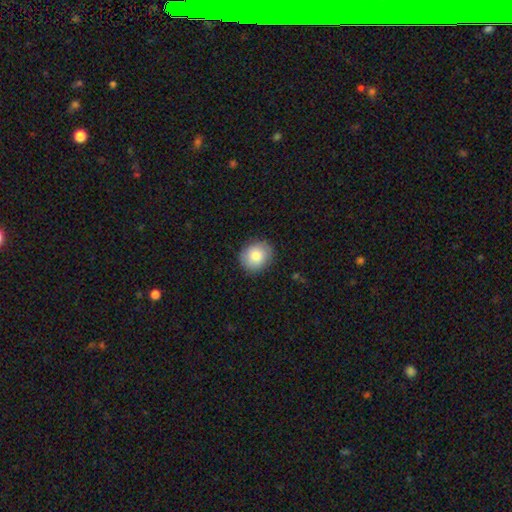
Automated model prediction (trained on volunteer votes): smooth_or_featured: smooth (p=0.84) [alt: featured or disk p=0.09]
how_rounded: round (p=0.75) [alt: in between p=0.24]
merging: none (p=0.88) [alt: minor disturbance p=0.09]